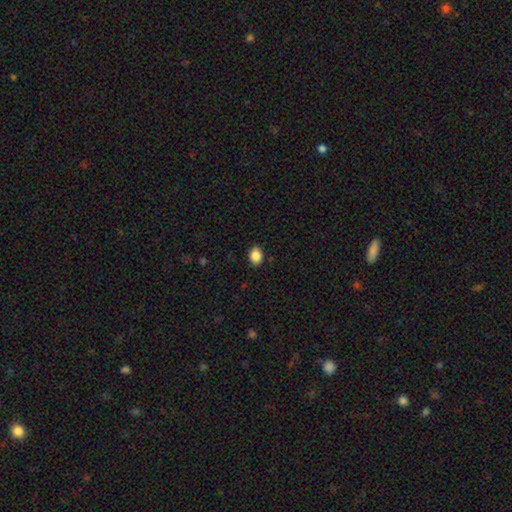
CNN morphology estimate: smooth_or_featured: smooth (p=0.89) [alt: star or artifact p=0.08]
how_rounded: in between (p=0.74) [alt: round p=0.25]
merging: none (p=0.88) [alt: minor disturbance p=0.09]